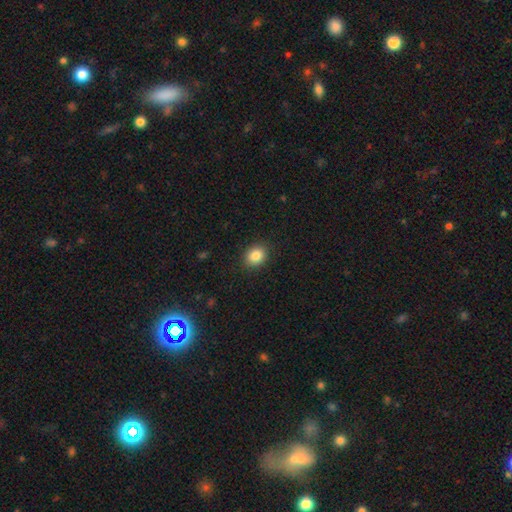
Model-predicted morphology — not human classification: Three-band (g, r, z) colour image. It shows a smooth galaxy with no disk features (85%) that is round (55%). Merging: none (89%).